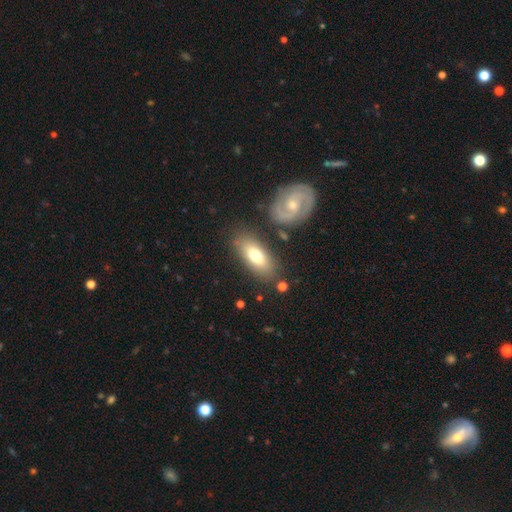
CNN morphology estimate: A smooth galaxy with no disk features (67%) that is in between round and cigar-shaped (84%).

Vote fractions:
- Smooth or featured? smooth: 67% / featured or disk: 27% / star or artifact: 6%
- How rounded? in between: 84% / cigar-shaped: 13% / round: 3%
- Merging? none: 77% / minor disturbance: 13% / merger: 6% / major disturbance: 4%